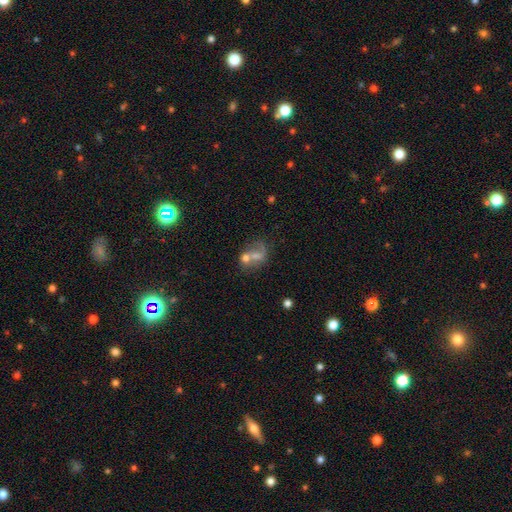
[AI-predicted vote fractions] A smooth galaxy with no disk features (48%). Merging: merger (47%).